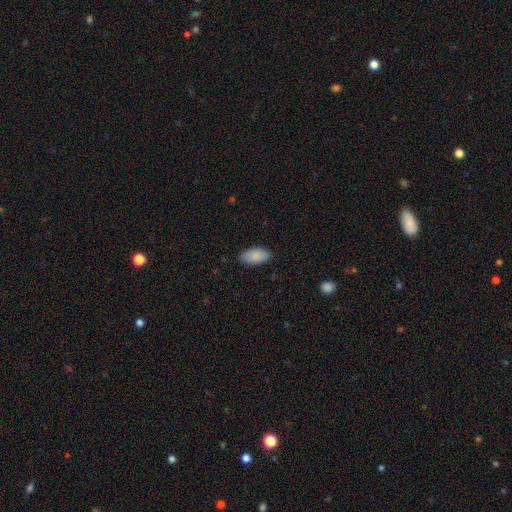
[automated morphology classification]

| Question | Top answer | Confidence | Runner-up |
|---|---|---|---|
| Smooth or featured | smooth | 88% | featured or disk (6%) |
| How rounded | in between | 95% | cigar-shaped (3%) |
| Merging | none | 86% | minor disturbance (10%) |